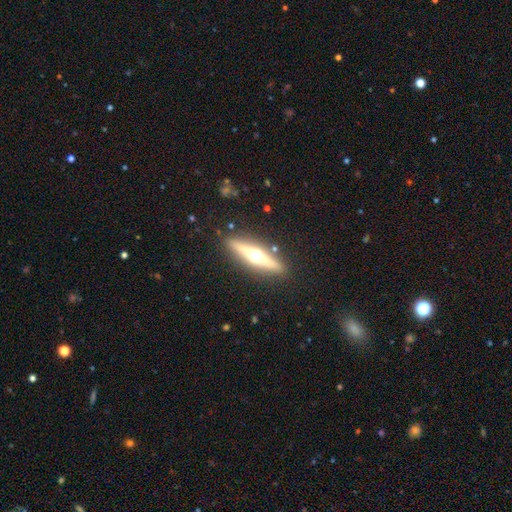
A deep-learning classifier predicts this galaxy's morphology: This is likely a featured or disk galaxy (71%). It is clearly viewed edge-on (95%). Edge-on bulge: clearly rounded (96%). Merging: clearly none (88%).